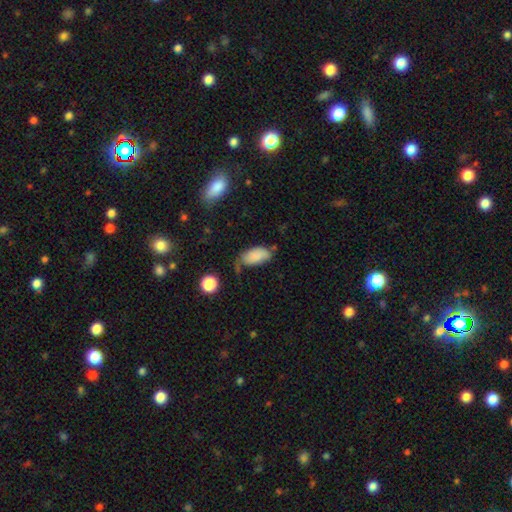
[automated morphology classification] Q: Smooth or featured?
A: smooth (81%); runner-up: featured or disk (11%)
Q: How rounded?
A: in between (93%); runner-up: cigar-shaped (4%)
Q: Merging?
A: none (41%); runner-up: minor disturbance (34%)